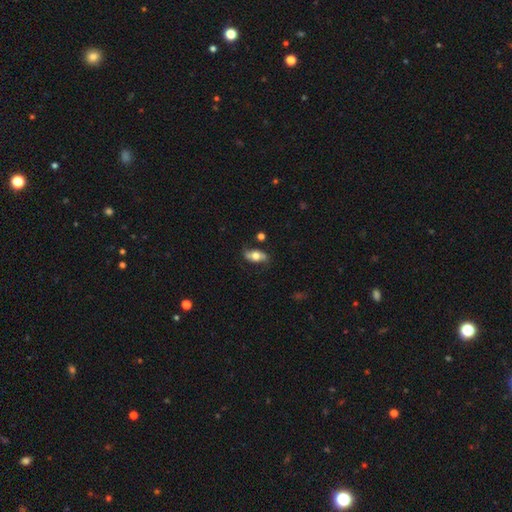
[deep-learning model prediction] Overall: smooth (50%; featured or disk 43%). How rounded: in between (84%). Merging: none (70%).